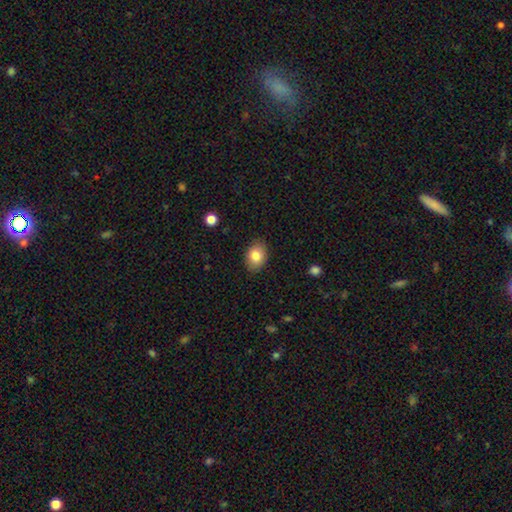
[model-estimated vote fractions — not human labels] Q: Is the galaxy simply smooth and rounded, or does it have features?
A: smooth — 83%.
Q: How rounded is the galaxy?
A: in between — 72%.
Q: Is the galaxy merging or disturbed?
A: none — 86%.